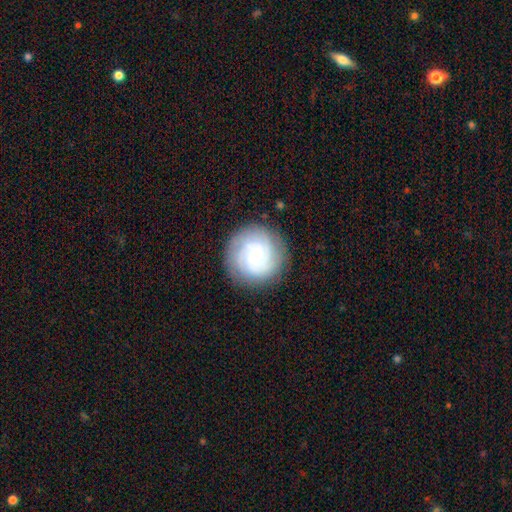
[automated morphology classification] type=featured or disk (65%); edge-on=no (98%); bar=no (75%); spiral arms=yes (92%); winding=tight (72%); arm count=can't tell (34%); bulge=small (73%); merging=none (86%).